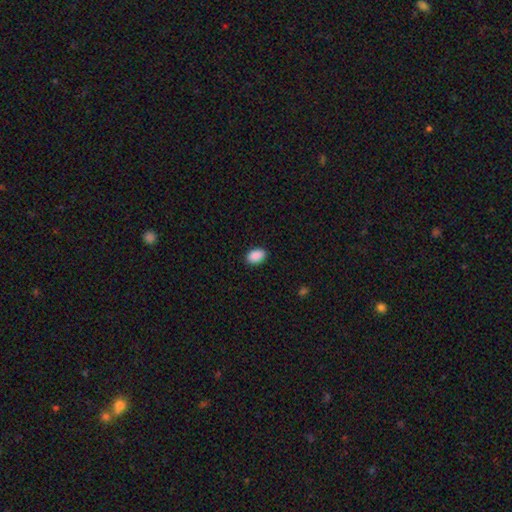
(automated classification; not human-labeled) Overall: smooth (90%). How rounded: in between (86%). Merging: none (90%).